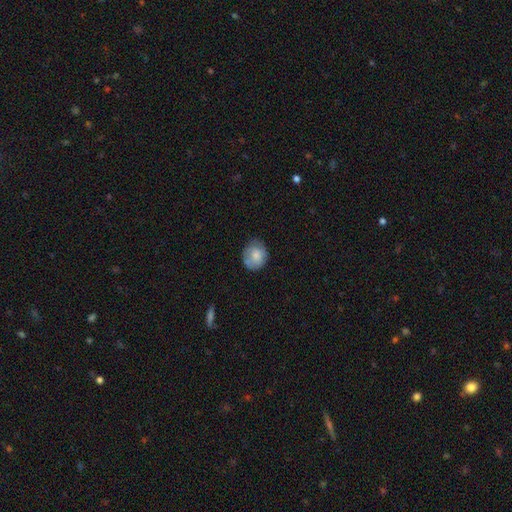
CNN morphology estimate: Smooth or featured? smooth (73%)
How rounded? round (69%)
Merging? none (65%)